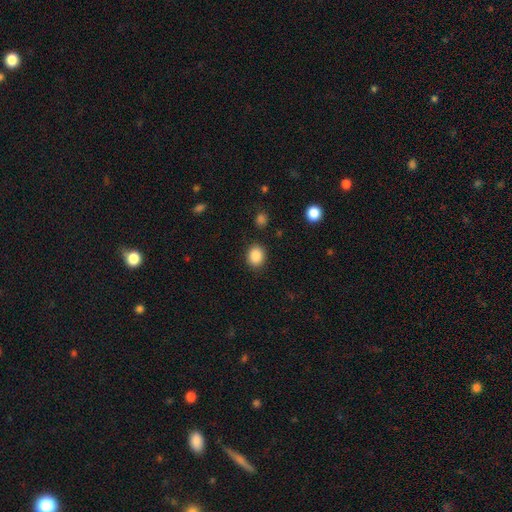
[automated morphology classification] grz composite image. It shows a smooth galaxy with no disk features (88%) that is round (61%). Merging: none (87%).